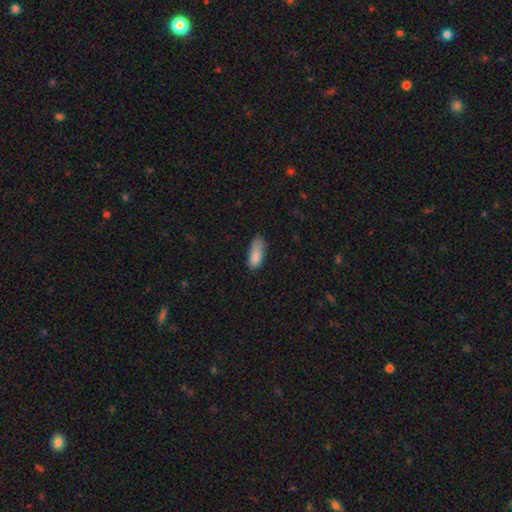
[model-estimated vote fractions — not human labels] smooth-or-featured: smooth: 86% | star or artifact: 8% | featured or disk: 7%
  how-rounded: in between: 68% | cigar-shaped: 30% | round: 2%
  merging: none: 55% | minor disturbance: 33% | major disturbance: 9% | merger: 3%